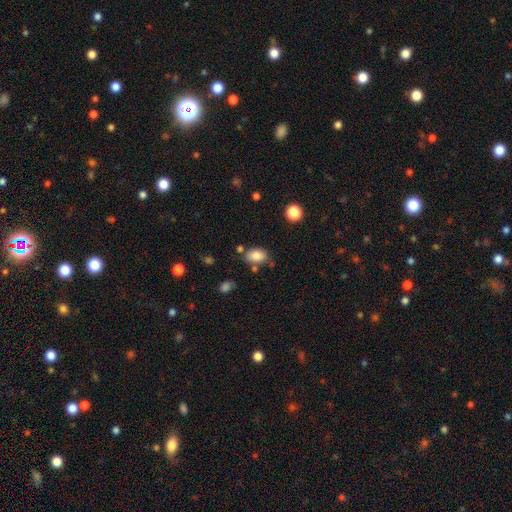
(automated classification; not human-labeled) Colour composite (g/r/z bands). It shows a smooth galaxy with no disk features (83%) that is in between round and cigar-shaped (84%). Merging: none (72%).